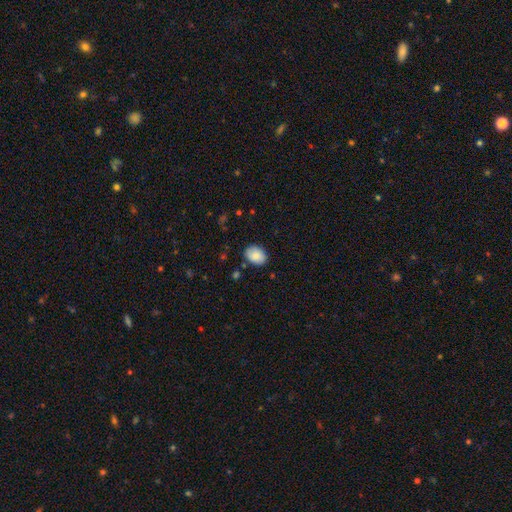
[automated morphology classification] A smooth galaxy with no disk features (86%) that is in between round and cigar-shaped (75%). Merging: none (83%).